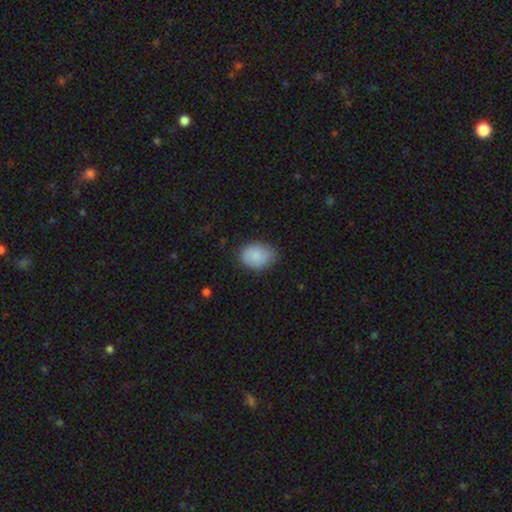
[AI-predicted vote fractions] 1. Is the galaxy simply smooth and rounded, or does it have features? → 82% smooth, 11% featured or disk, 7% star or artifact.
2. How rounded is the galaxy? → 66% in between, 33% round, 1% cigar-shaped.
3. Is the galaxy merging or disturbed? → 69% none, 25% minor disturbance, 5% major disturbance, 1% merger.